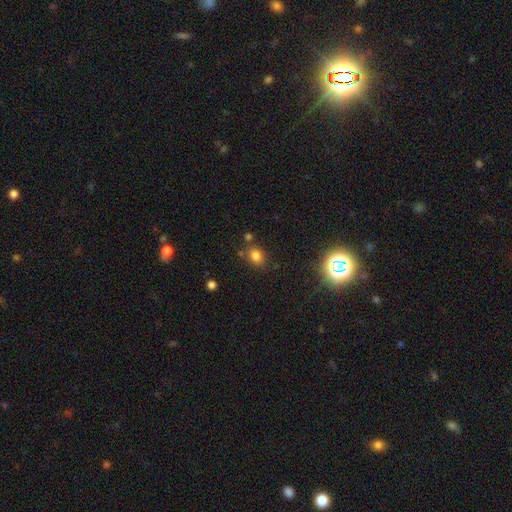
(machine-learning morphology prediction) The model was most divided on "how rounded" (2-way tie): round: 49%, in between: 49%, cigar-shaped: 1%. More confident: smooth or featured — smooth (78%); merging — none (75%).